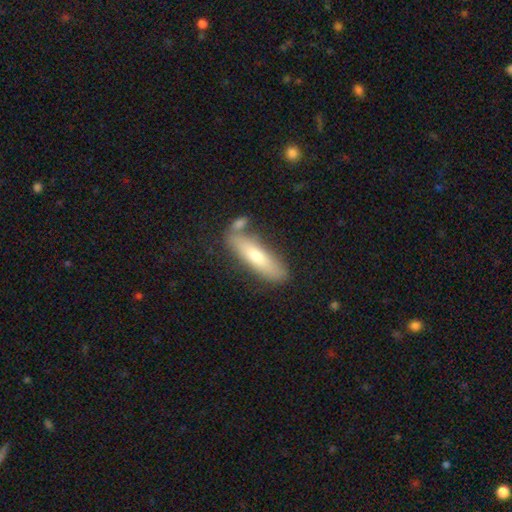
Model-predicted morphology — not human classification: A smooth galaxy with no disk features (62%) that is cigar-shaped (71%).

Vote fractions:
- Smooth or featured? smooth: 62% / featured or disk: 32% / star or artifact: 6%
- How rounded? cigar-shaped: 71% / in between: 28% / round: 2%
- Merging? none: 69% / merger: 14% / minor disturbance: 14% / major disturbance: 4%